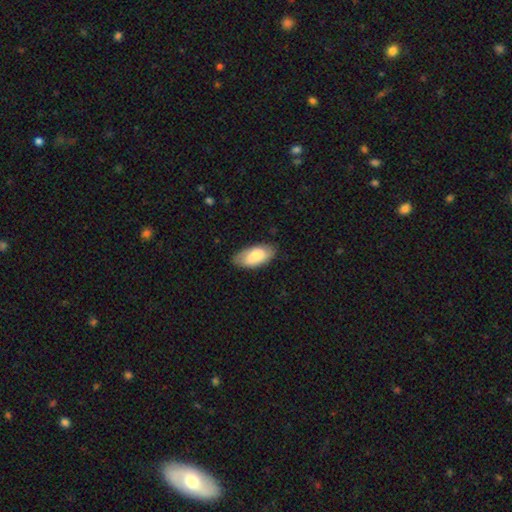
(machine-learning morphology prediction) A smooth galaxy with no disk features (74%) that is in between round and cigar-shaped (93%). Merging: none (78%).